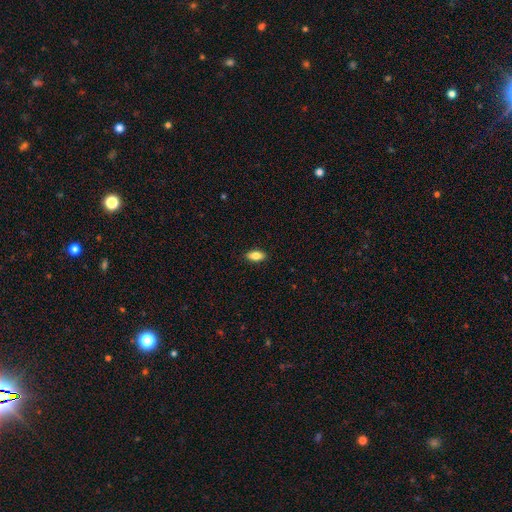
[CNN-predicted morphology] A smooth galaxy with no disk features (83%) that is in between round and cigar-shaped (88%). Merging: none (89%).